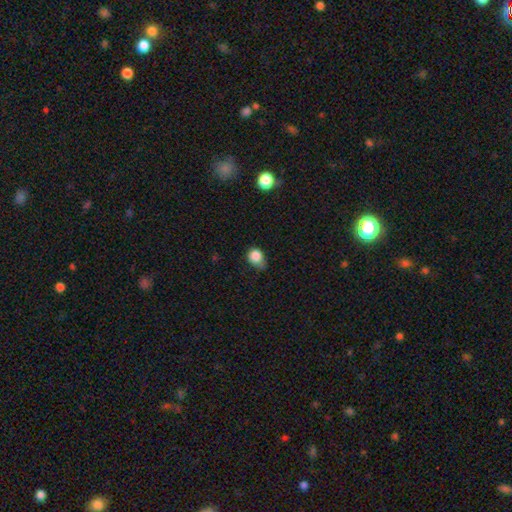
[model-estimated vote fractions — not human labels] smooth 85%, star or artifact 10%, featured or disk 5%. Down the decision tree: how rounded — round (71%); merging — none (47%).